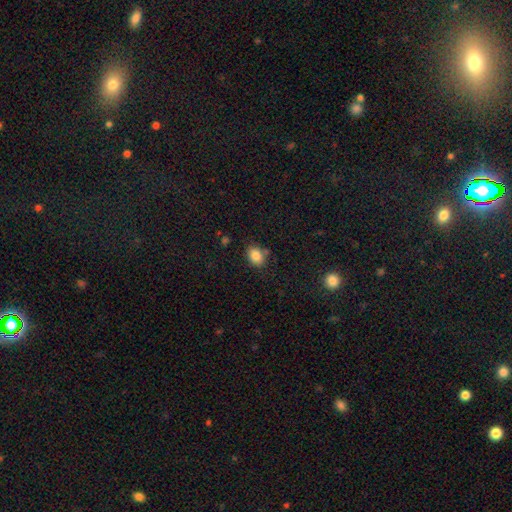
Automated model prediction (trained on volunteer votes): Morphology: type=smooth (84%); roundness=in between (73%); merging=none (77%).